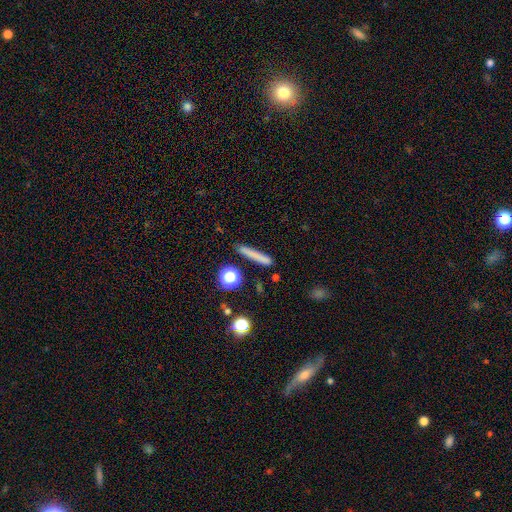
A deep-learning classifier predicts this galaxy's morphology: smooth-or-featured: smooth: 73% | featured or disk: 16% | star or artifact: 11%
  how-rounded: cigar-shaped: 91% | in between: 5% | round: 4%
  merging: none: 85% | minor disturbance: 9% | merger: 3% | major disturbance: 3%